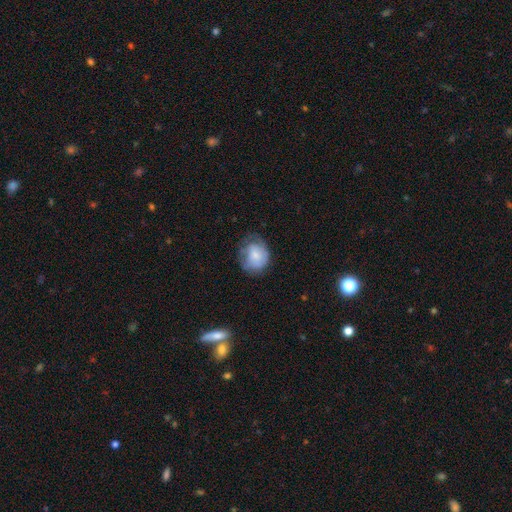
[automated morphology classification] A smooth galaxy with no disk features (69%) that is round (60%).

Vote fractions:
- Smooth or featured? smooth: 69% / featured or disk: 23% / star or artifact: 7%
- How rounded? round: 60% / in between: 39% / cigar-shaped: 1%
- Merging? none: 52% / minor disturbance: 30% / major disturbance: 16% / merger: 1%